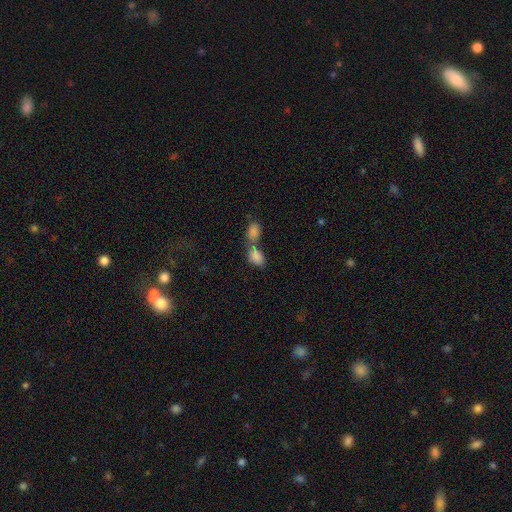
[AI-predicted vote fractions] This appears to be a smooth galaxy with no disk features (85%) that is in between round and cigar-shaped (89%). Merging: merger (66%).